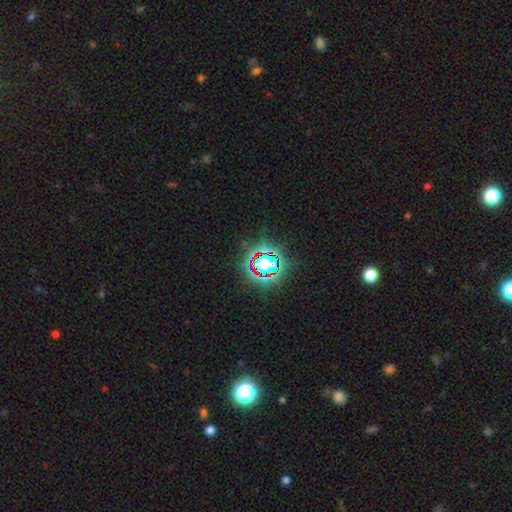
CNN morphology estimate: This is likely a star or artifact rather than a galaxy (78%).